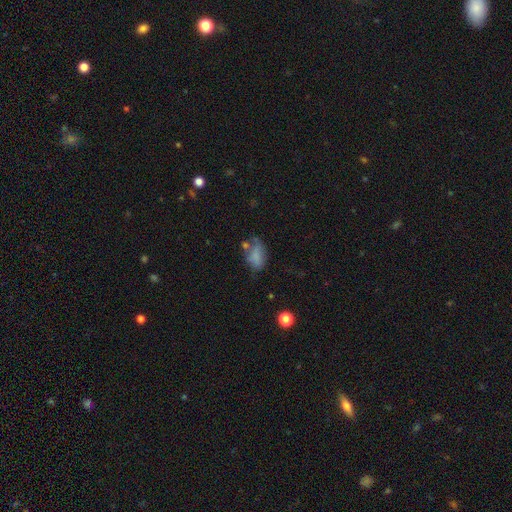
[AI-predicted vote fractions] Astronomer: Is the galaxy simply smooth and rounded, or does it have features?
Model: smooth — 71%.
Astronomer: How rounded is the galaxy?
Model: in between — 86%.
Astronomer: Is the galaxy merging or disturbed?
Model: none — 40% (runner-up: minor disturbance, 29%).